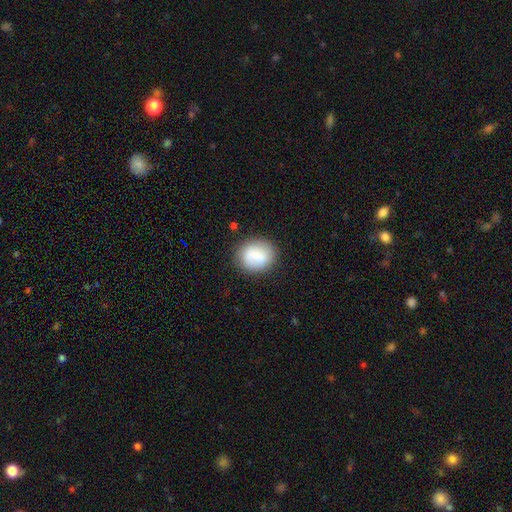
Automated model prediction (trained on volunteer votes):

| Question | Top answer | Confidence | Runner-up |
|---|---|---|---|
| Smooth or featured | smooth | 79% | featured or disk (13%) |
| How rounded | round | 65% | in between (34%) |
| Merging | none | 77% | minor disturbance (15%) |